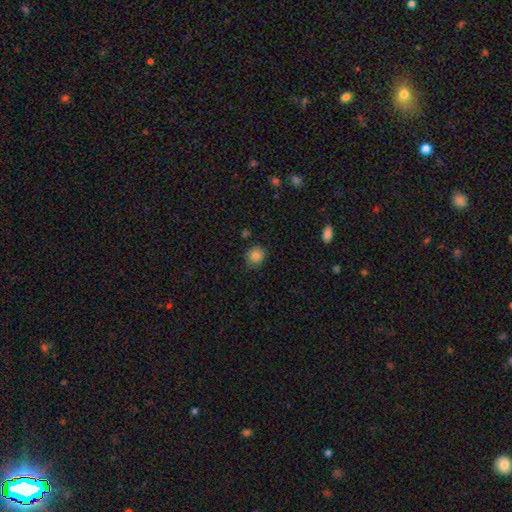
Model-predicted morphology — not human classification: smooth-or-featured: smooth: 83% | star or artifact: 10% | featured or disk: 7%
  how-rounded: round: 82% | in between: 17% | cigar-shaped: 1%
  merging: none: 81% | minor disturbance: 15% | major disturbance: 3% | merger: 2%